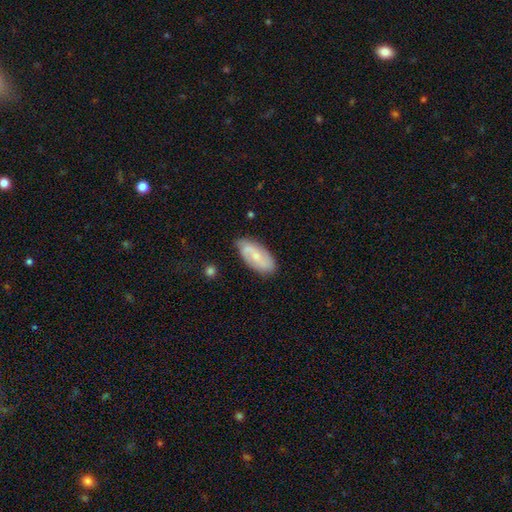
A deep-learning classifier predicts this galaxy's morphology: Q: Smooth or featured?
A: featured or disk (55%); runner-up: smooth (38%)
Q: Edge-on disk?
A: no (93%); runner-up: yes (7%)
Q: Bar?
A: no (51%); runner-up: weak (38%)
Q: Spiral arms?
A: yes (85%); runner-up: no (15%)
Q: Bulge size?
A: small (65%); runner-up: moderate (29%)
Q: Merging?
A: none (80%); runner-up: minor disturbance (15%)